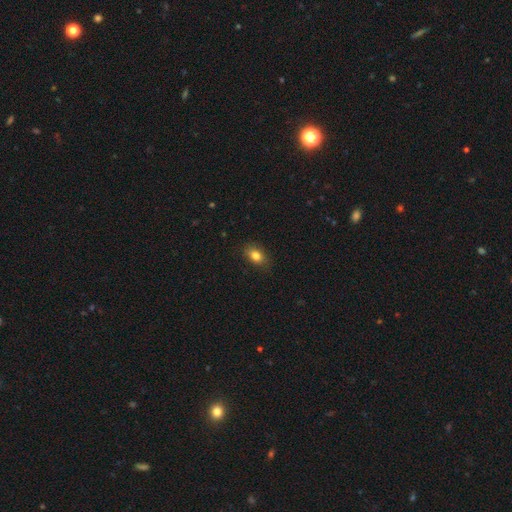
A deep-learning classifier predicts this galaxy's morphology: A smooth galaxy with no disk features (82%) that is in between round and cigar-shaped (79%). Merging: none (84%).